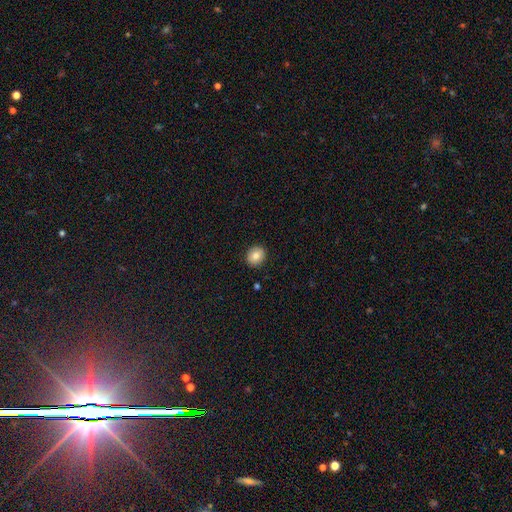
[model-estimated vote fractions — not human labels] Smooth or featured: smooth — 82% (featured or disk — 10%)
How rounded: round — 74% (in between — 25%)
Merging: none — 91% (minor disturbance — 6%)